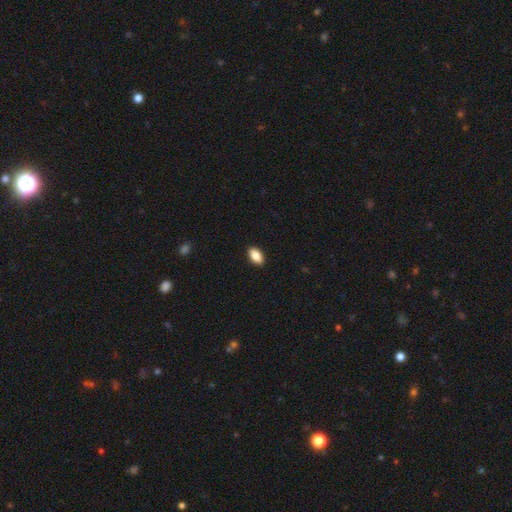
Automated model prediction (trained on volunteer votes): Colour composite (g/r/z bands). It shows a smooth galaxy with no disk features (87%) that is in between round and cigar-shaped (93%). Merging: none (91%).